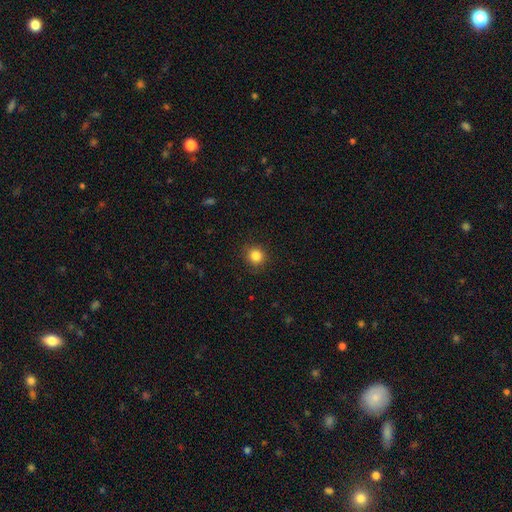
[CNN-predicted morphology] smooth_or_featured: smooth (p=0.84) [alt: star or artifact p=0.11]
how_rounded: round (p=0.92) [alt: in between p=0.07]
merging: none (p=0.91) [alt: minor disturbance p=0.06]